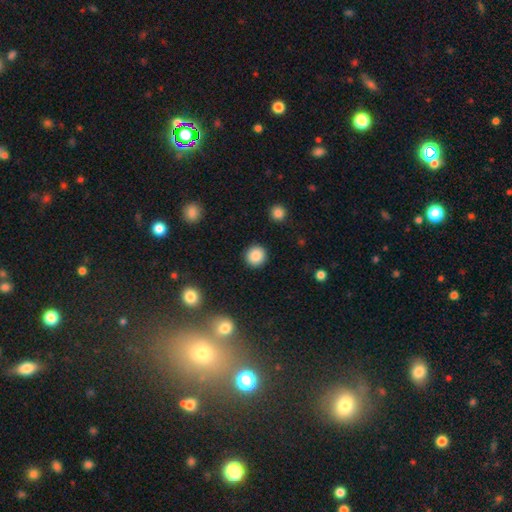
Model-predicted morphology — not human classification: Overall: smooth (87%). How rounded: round (92%). Merging: none (91%).